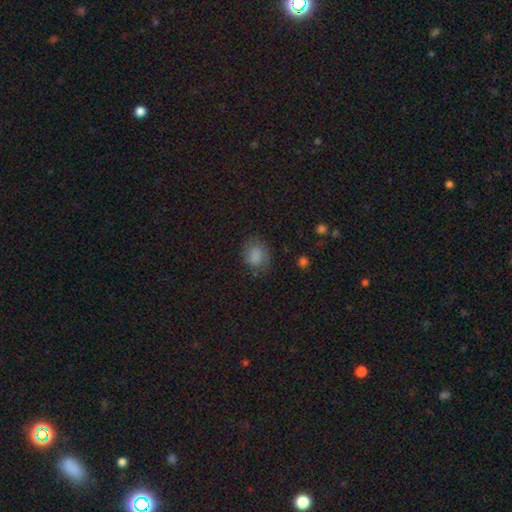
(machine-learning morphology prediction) This is clearly a smooth galaxy (81%). How rounded: possibly round (56%). Merging: likely none (70%).